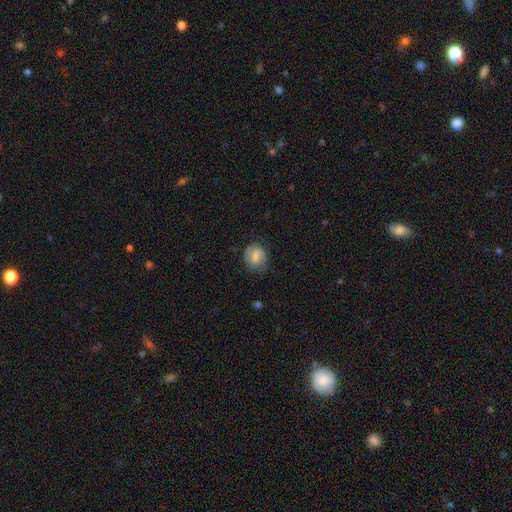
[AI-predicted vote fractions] smooth-or-featured: smooth: 69% | featured or disk: 23% | star or artifact: 8%
  how-rounded: round: 64% | in between: 35% | cigar-shaped: 1%
  merging: none: 67% | minor disturbance: 24% | major disturbance: 8% | merger: 1%